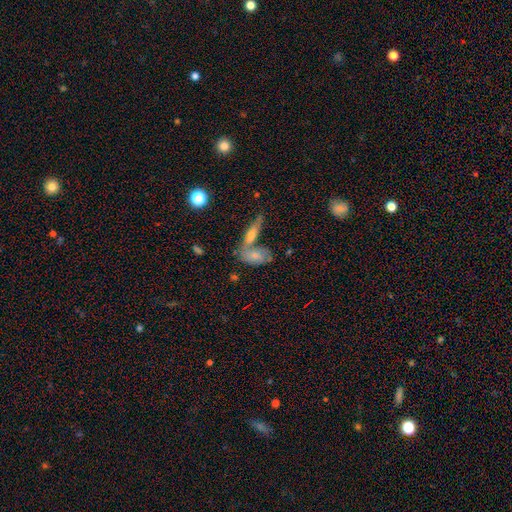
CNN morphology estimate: A smooth galaxy with no disk features (62%) that is in between round and cigar-shaped (78%).

Vote fractions:
- Smooth or featured? smooth: 62% / featured or disk: 30% / star or artifact: 8%
- How rounded? in between: 78% / cigar-shaped: 17% / round: 5%
- Merging? merger: 53% / none: 32% / minor disturbance: 11% / major disturbance: 5%